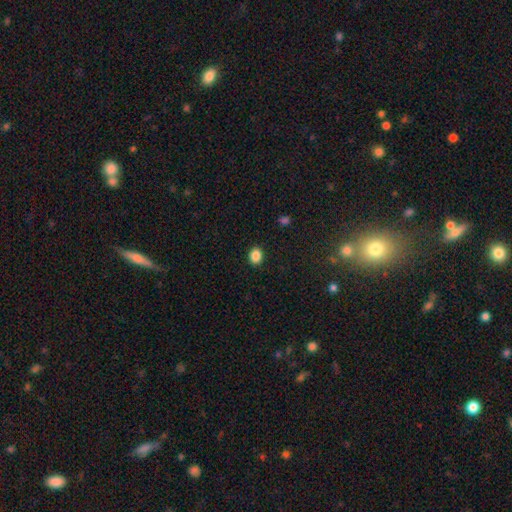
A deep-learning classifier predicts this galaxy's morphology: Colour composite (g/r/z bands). It shows a smooth galaxy with no disk features (87%) that is in between round and cigar-shaped (50%). Merging: none (91%).